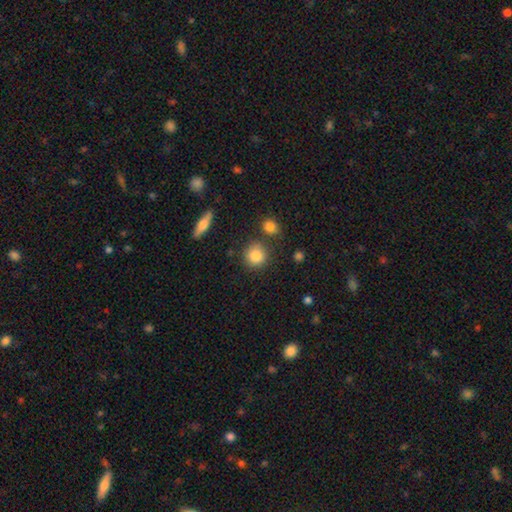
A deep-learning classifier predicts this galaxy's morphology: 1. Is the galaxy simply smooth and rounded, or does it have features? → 84% smooth, 9% star or artifact, 7% featured or disk.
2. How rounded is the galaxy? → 87% round, 12% in between, 1% cigar-shaped.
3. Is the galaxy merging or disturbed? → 80% none, 10% minor disturbance, 7% merger, 3% major disturbance.